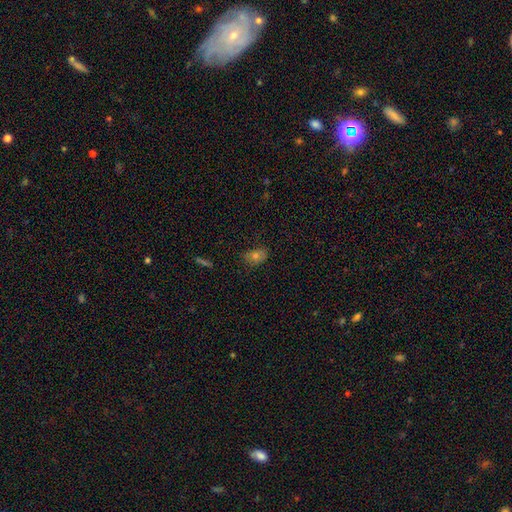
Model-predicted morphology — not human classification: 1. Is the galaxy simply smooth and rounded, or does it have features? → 68% smooth, 17% star or artifact, 15% featured or disk.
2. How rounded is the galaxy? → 74% in between, 25% round, 2% cigar-shaped.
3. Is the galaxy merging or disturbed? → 76% none, 19% minor disturbance, 4% major disturbance, 1% merger.